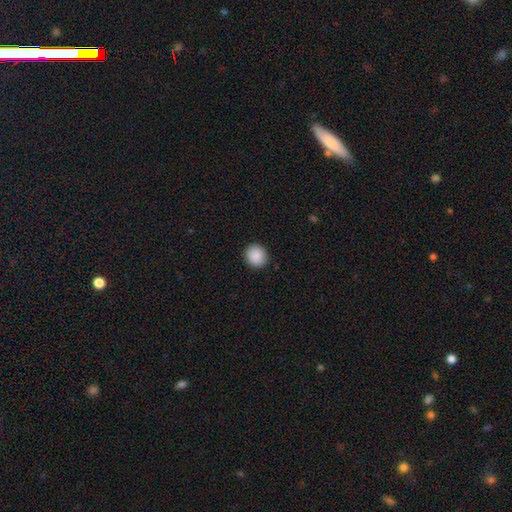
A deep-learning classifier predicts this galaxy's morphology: Smooth or featured? smooth (89%)
How rounded? round (81%)
Merging? none (91%)